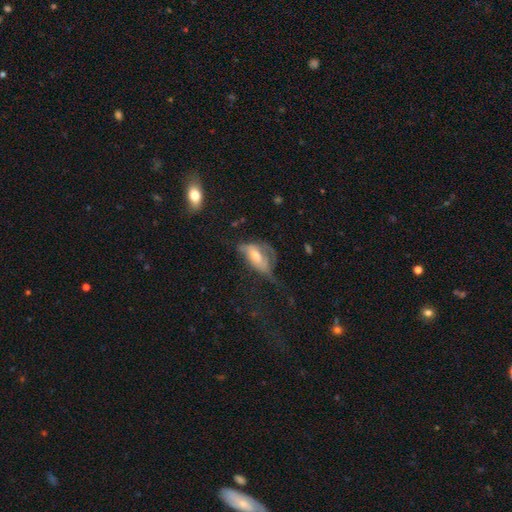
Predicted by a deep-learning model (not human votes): featured or disk 48%, smooth 43%, star or artifact 10%. Down the decision tree: merging — major disturbance (49%).